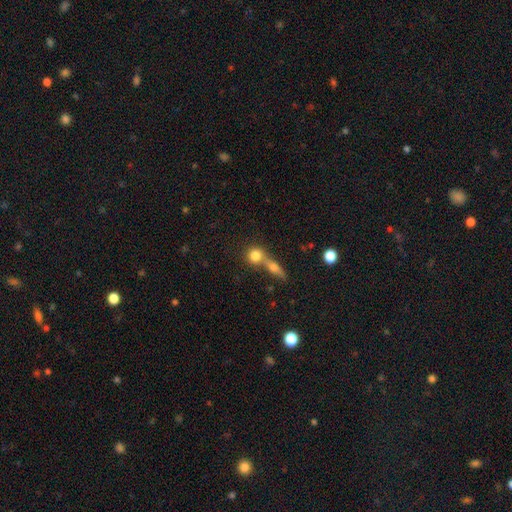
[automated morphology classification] A smooth galaxy with no disk features (76%) that is round (81%). Merging: merger (45%).